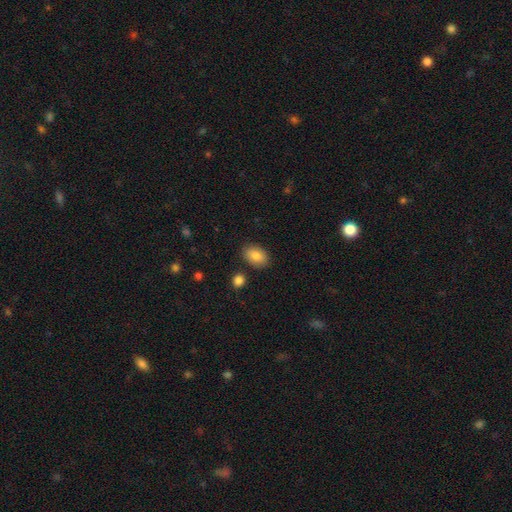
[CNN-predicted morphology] Q: Smooth or featured?
A: smooth (85%); runner-up: featured or disk (8%)
Q: How rounded?
A: in between (87%); runner-up: round (12%)
Q: Merging?
A: none (85%); runner-up: minor disturbance (10%)